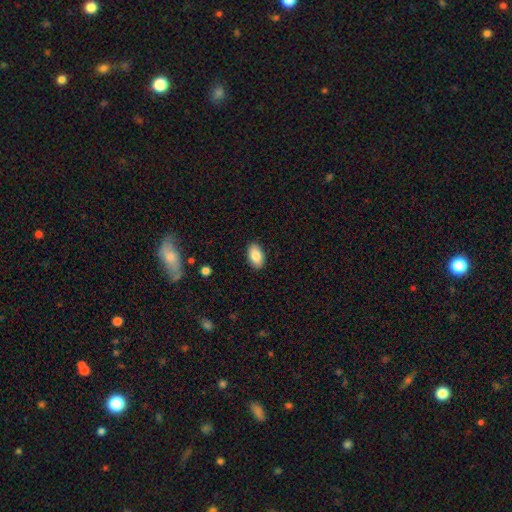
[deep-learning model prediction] Q: Smooth or featured?
A: smooth (85%); runner-up: featured or disk (8%)
Q: How rounded?
A: in between (94%); runner-up: round (5%)
Q: Merging?
A: none (89%); runner-up: minor disturbance (8%)